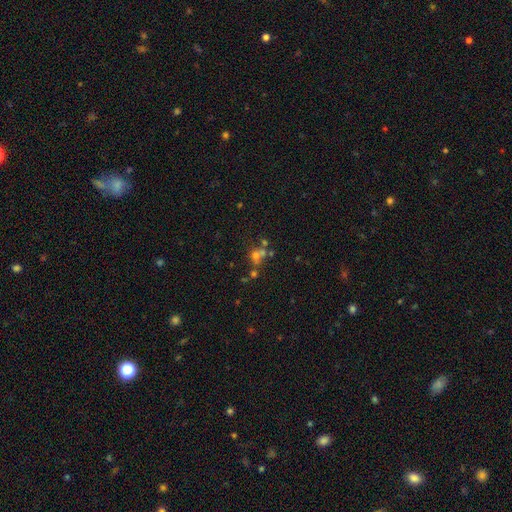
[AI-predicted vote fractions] A smooth galaxy with no disk features (53%) that is round (79%).

Vote fractions:
- Smooth or featured? smooth: 53% / star or artifact: 26% / featured or disk: 21%
- How rounded? round: 79% / in between: 20% / cigar-shaped: 1%
- Merging? merger: 43% / none: 42% / minor disturbance: 9% / major disturbance: 6%